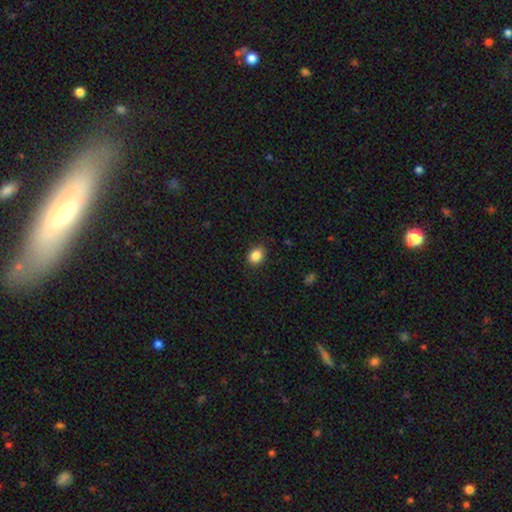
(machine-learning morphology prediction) type=smooth (86%); roundness=in between (59%); merging=none (88%).